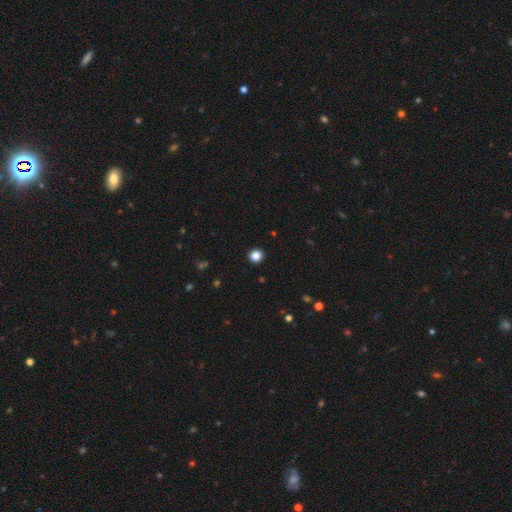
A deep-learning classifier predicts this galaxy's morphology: smooth_or_featured: smooth (p=0.85) [alt: star or artifact p=0.12]
how_rounded: round (p=0.93) [alt: in between p=0.06]
merging: none (p=0.94) [alt: minor disturbance p=0.04]